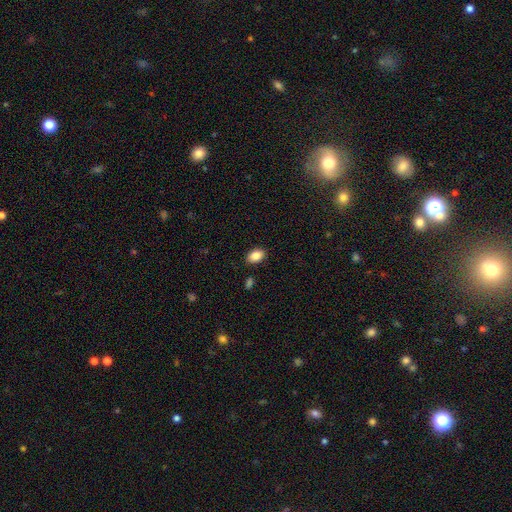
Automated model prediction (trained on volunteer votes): Morphology: type=smooth (87%); roundness=in between (85%); merging=none (86%).